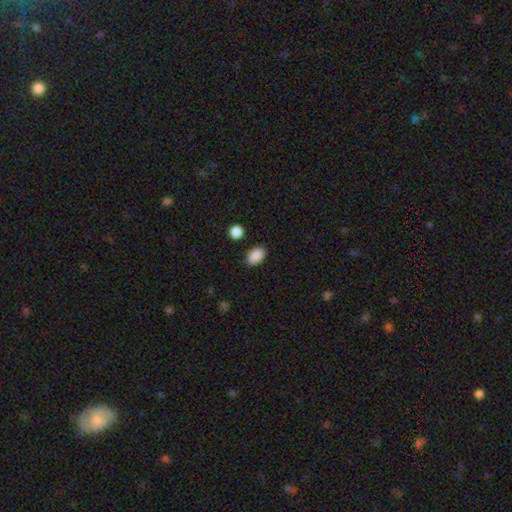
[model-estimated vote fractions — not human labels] Smooth or featured: smooth — 89% (star or artifact — 8%)
How rounded: in between — 85% (round — 14%)
Merging: none — 84% (minor disturbance — 11%)